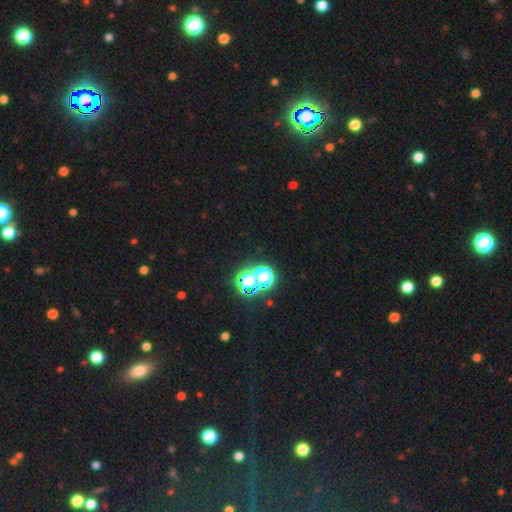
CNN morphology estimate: smooth_or_featured: star or artifact (p=0.76) [alt: smooth p=0.17]